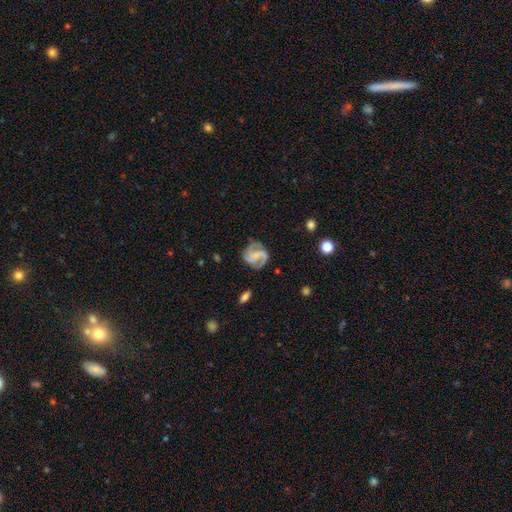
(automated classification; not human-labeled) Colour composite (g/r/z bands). It shows a featured or disk galaxy (84%) with a weak bar (40%, tied with no), 2 (63%) medium (52%) spiral arms (96%) and no central bulge (43%). Merging: none (72%).